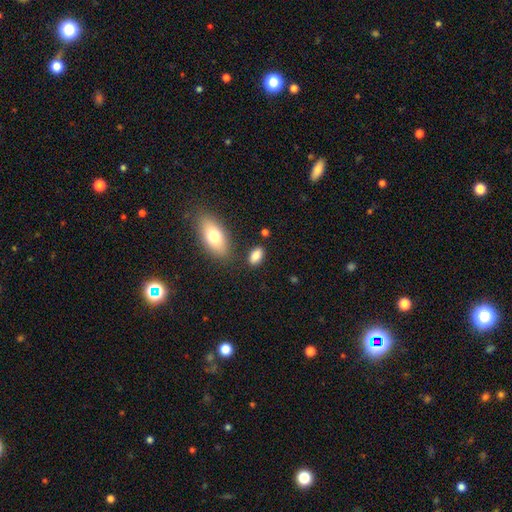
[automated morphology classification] smooth_or_featured: smooth (p=0.84) [alt: star or artifact p=0.08]
how_rounded: in between (p=0.89) [alt: round p=0.07]
merging: none (p=0.77) [alt: minor disturbance p=0.13]